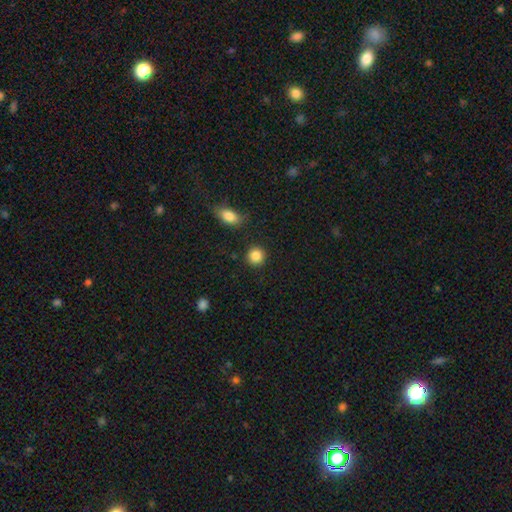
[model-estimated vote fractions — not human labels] A smooth galaxy with no disk features (87%) that is round (91%). Merging: none (89%).